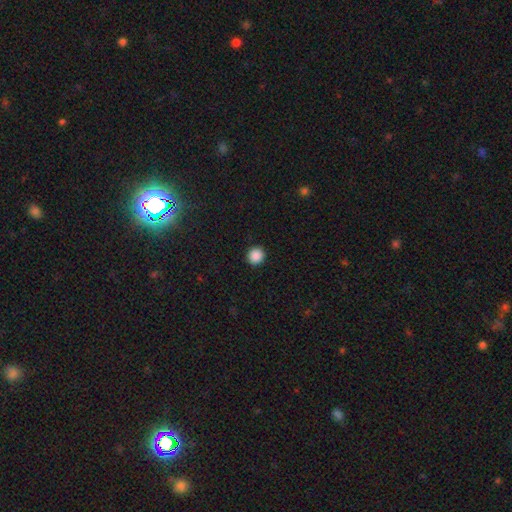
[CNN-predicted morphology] Smooth or featured? smooth (89%)
How rounded? round (91%)
Merging? none (93%)